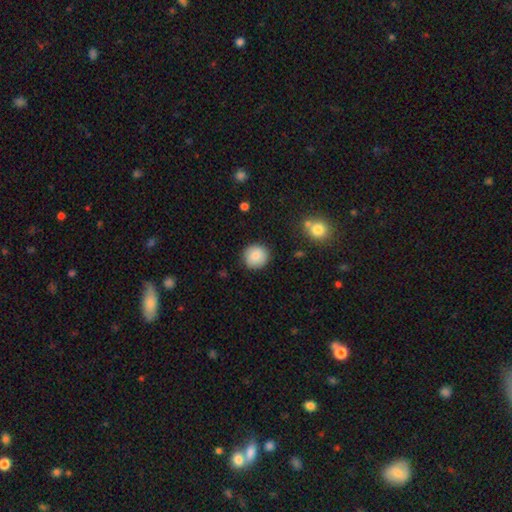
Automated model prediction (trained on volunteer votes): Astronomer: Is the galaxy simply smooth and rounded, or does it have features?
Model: smooth — 85%.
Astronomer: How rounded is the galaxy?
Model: round — 92%.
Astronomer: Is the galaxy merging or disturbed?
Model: none — 89%.